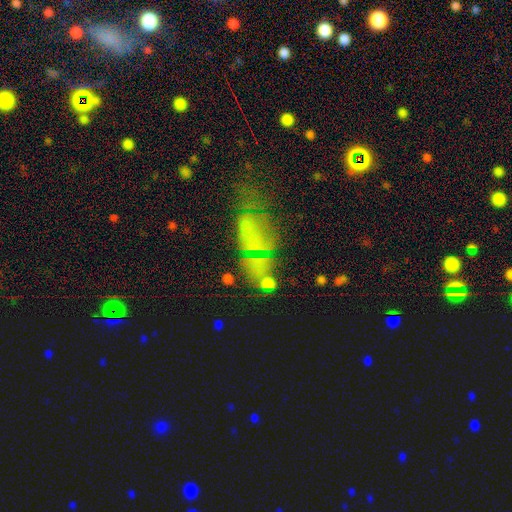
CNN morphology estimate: This appears to be a star or artifact, not a galaxy (41%).